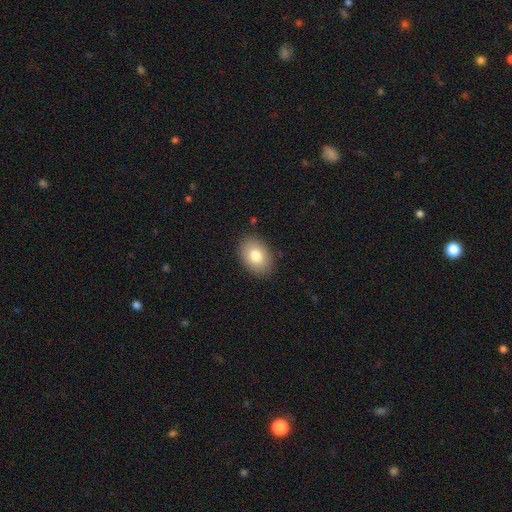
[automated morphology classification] This is likely a smooth galaxy (80%). How rounded: clearly in between (81%). Merging: clearly none (87%).